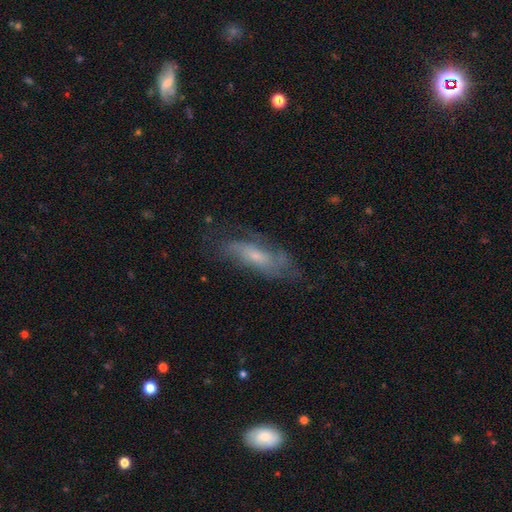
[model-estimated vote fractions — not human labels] The model was most divided on "smooth or featured": featured or disk: 60%, smooth: 31%, star or artifact: 9%. More confident: edge-on disk — no (78%); merging — none (63%).